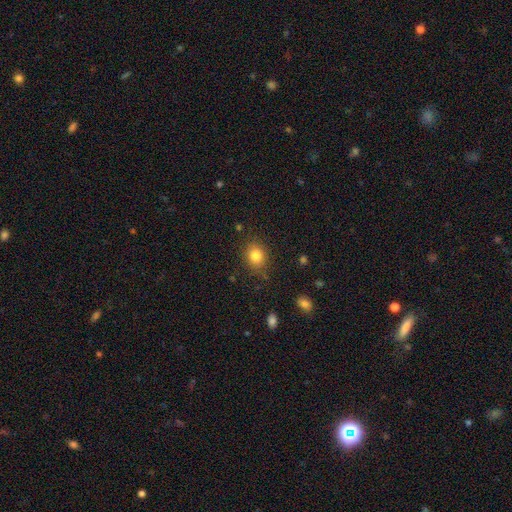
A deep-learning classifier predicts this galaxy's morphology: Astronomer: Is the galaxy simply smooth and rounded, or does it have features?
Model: smooth — 83%.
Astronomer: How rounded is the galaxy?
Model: round — 62% (runner-up: in between, 37%).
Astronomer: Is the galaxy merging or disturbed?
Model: none — 84%.